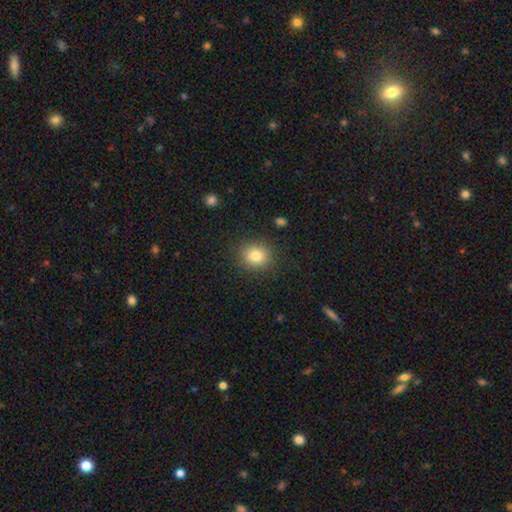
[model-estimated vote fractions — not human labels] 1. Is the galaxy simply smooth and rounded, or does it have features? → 82% smooth, 10% star or artifact, 7% featured or disk.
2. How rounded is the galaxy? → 77% round, 22% in between, 1% cigar-shaped.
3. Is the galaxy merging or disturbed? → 88% none, 8% minor disturbance, 3% major disturbance, 1% merger.